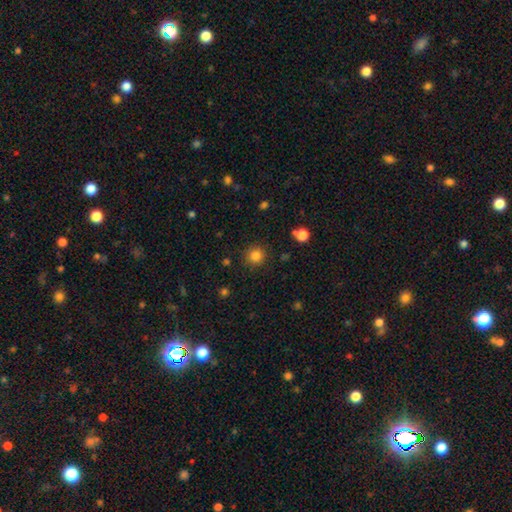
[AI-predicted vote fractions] Smooth or featured: smooth — 84% (star or artifact — 12%)
How rounded: round — 93% (in between — 6%)
Merging: none — 89% (minor disturbance — 7%)